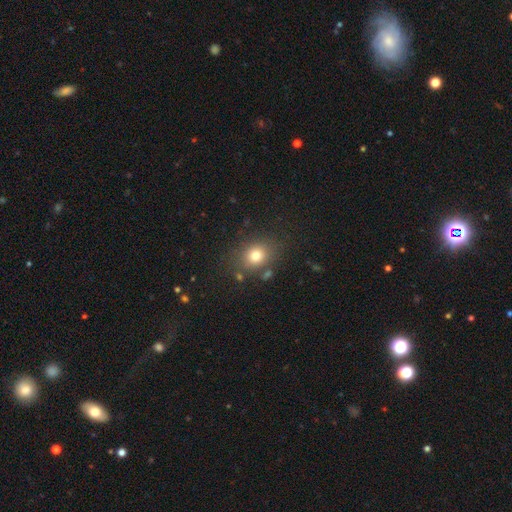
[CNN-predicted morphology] Smooth or featured?
  - smooth: 77% *
  - star or artifact: 14%
  - featured or disk: 9%
How rounded?
  - round: 59% *
  - in between: 40%
  - cigar-shaped: 1%
Merging?
  - none: 79% *
  - minor disturbance: 11%
  - merger: 5%
  - major disturbance: 5%